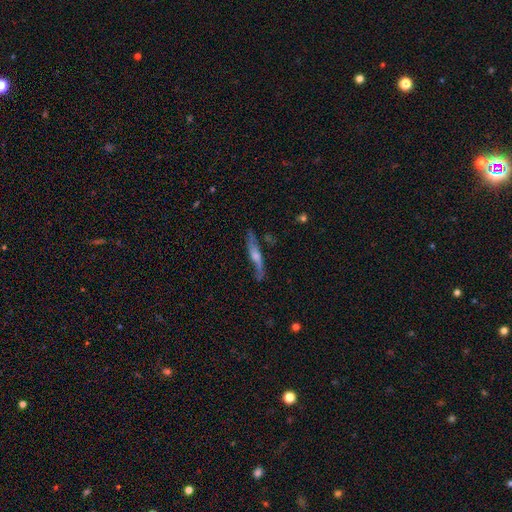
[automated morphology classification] A featured or disk galaxy (66%) viewed edge-on (72%). Merging: none (68%).